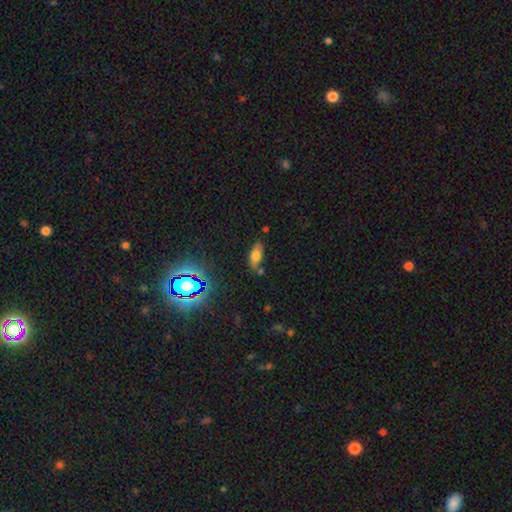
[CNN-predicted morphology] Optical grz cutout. It shows a smooth galaxy with no disk features (68%) that is in between round and cigar-shaped (81%). Merging: none (74%).